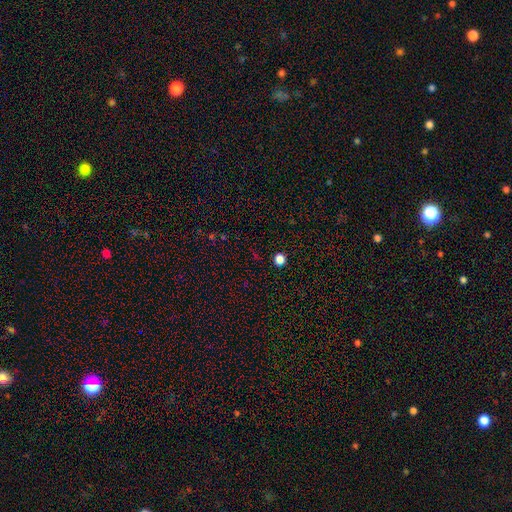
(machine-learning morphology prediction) Smooth or featured? Predicted: smooth (p=0.59). How rounded? Predicted: round (p=0.84). Merging? Predicted: none (p=0.89).